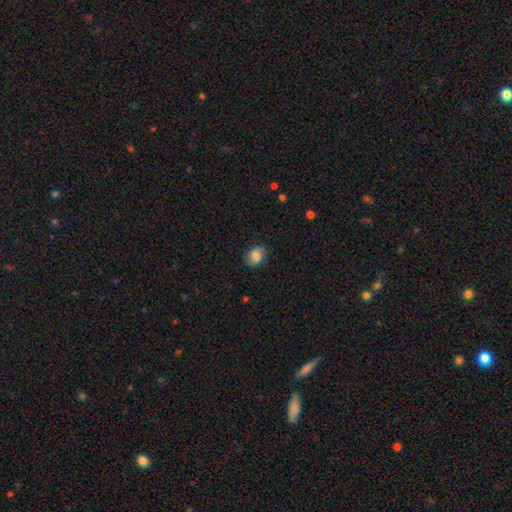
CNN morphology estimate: The model was most divided on "how rounded": in between: 60%, round: 39%, cigar-shaped: 1%. More confident: merging — none (78%); smooth or featured — smooth (77%).